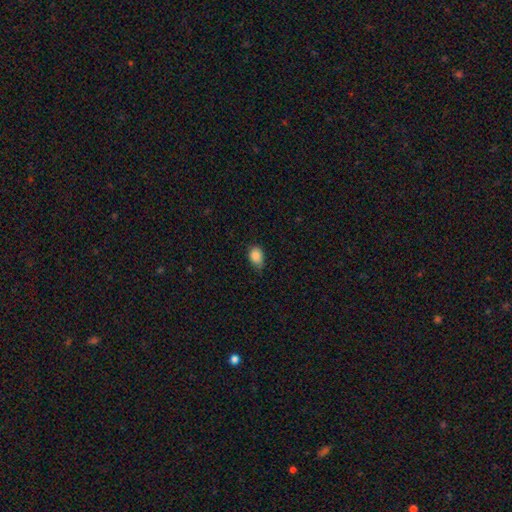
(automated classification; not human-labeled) This appears to be a smooth galaxy with no disk features (86%) that is in between round and cigar-shaped (75%). Merging: none (64%).